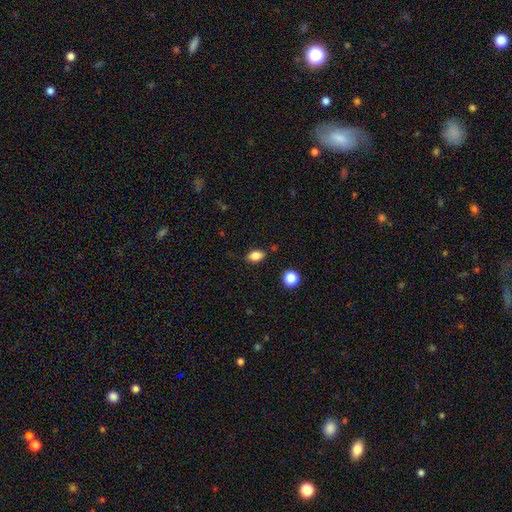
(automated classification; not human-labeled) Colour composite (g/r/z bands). It shows a smooth galaxy with no disk features (84%) that is in between round and cigar-shaped (83%). Merging: none (83%).